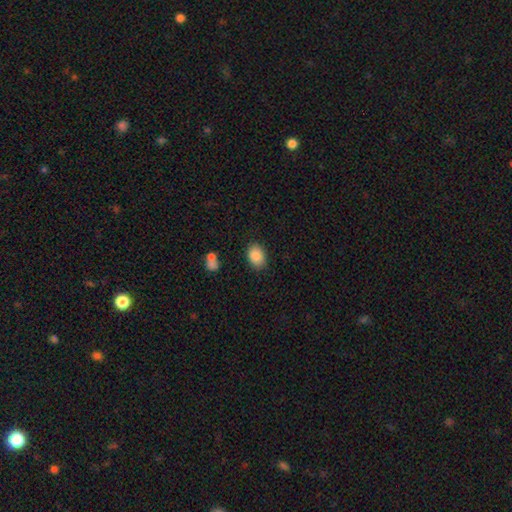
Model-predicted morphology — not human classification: type=smooth (88%); roundness=in between (77%); merging=none (85%).